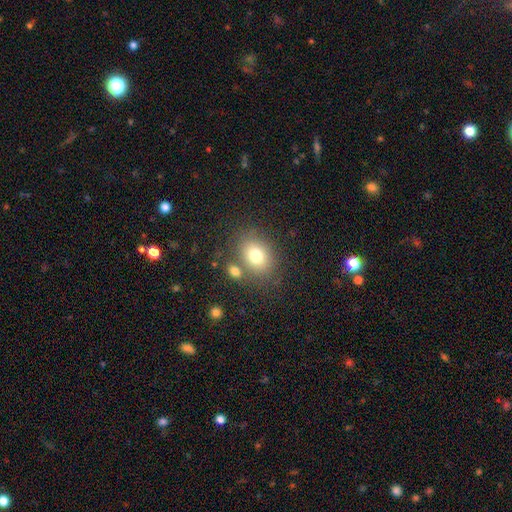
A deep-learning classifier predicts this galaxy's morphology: Overall: smooth (76%). How rounded: in between (57%; round 42%). Merging: none (68%).